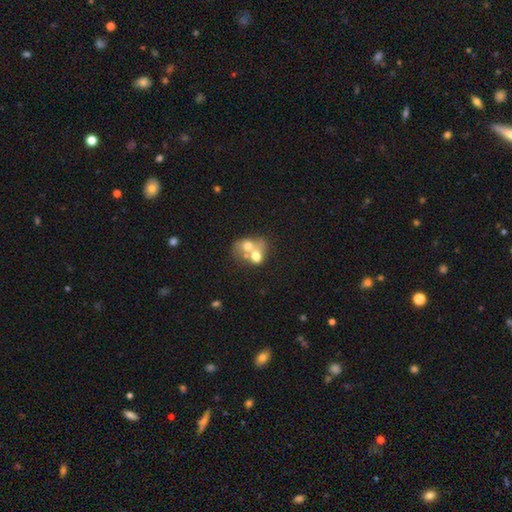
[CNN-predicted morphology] Smooth or featured?
  - smooth: 60% *
  - featured or disk: 29%
  - star or artifact: 12%
How rounded?
  - round: 53% *
  - in between: 46%
  - cigar-shaped: 1%
Merging?
  - merger: 69% *
  - none: 20%
  - minor disturbance: 7%
  - major disturbance: 5%